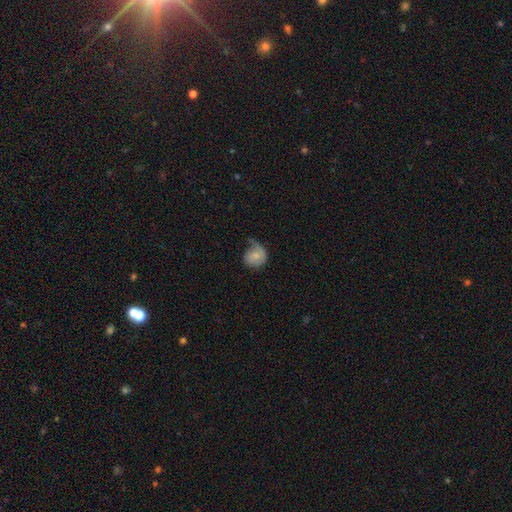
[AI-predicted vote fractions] A smooth galaxy with no disk features (56%) that is round (75%). Merging: none (36%).